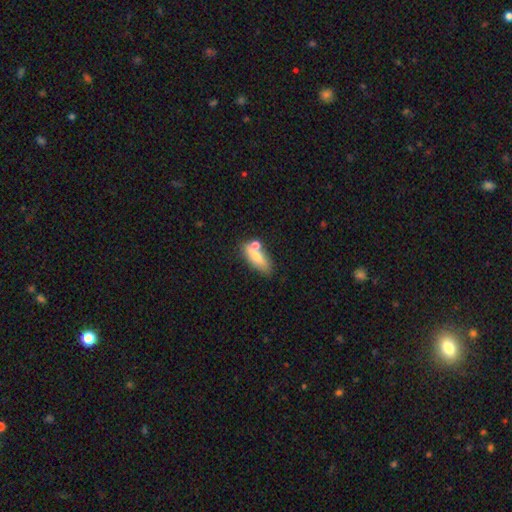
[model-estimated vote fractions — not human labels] smooth_or_featured: smooth (p=0.68) [alt: featured or disk p=0.23]
how_rounded: in between (p=0.62) [alt: cigar-shaped p=0.33]
merging: none (p=0.56) [alt: merger p=0.21]